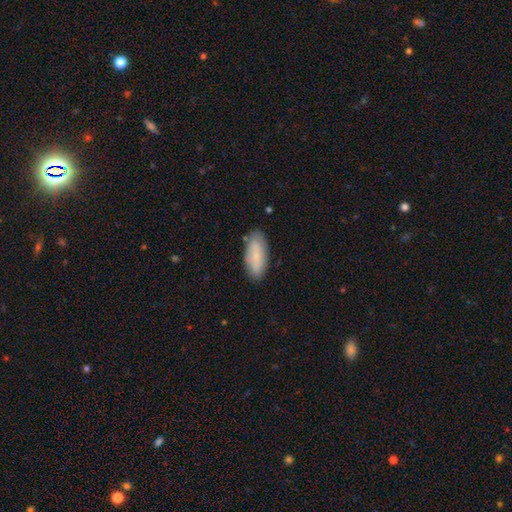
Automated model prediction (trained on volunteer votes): Smooth or featured: smooth — 70% (featured or disk — 23%)
How rounded: in between — 86% (cigar-shaped — 12%)
Merging: none — 80% (minor disturbance — 15%)